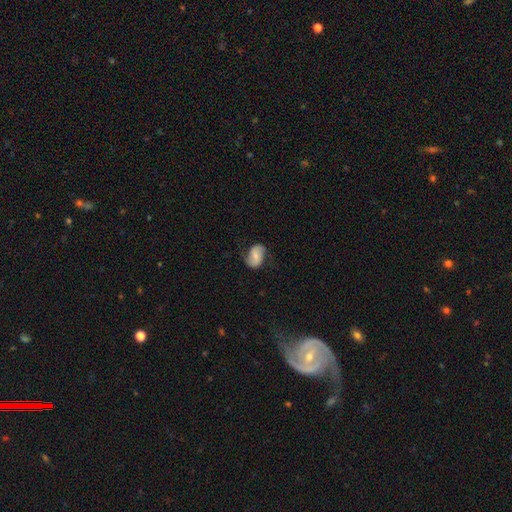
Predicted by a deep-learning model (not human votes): smooth-or-featured: featured or disk: 53% | smooth: 39% | star or artifact: 8%
  disk-edge-on: no: 97% | yes: 3%
    bar: no: 43% | weak: 38% | strong: 19%
    has-spiral-arms: yes: 87% | no: 13%
    bulge-size: small: 48% | moderate: 34% | none: 12% | large: 4% | dominant: 2%
  merging: none: 64% | minor disturbance: 23% | major disturbance: 12% | merger: 1%